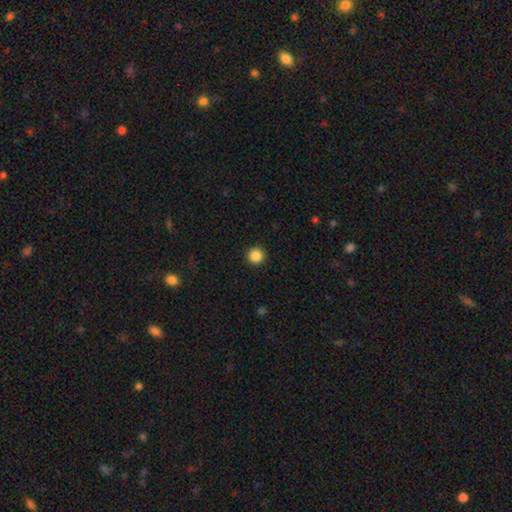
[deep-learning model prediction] smooth-or-featured: smooth: 86% | star or artifact: 11% | featured or disk: 3%
  how-rounded: round: 96% | in between: 3% | cigar-shaped: 1%
  merging: none: 93% | minor disturbance: 5% | major disturbance: 2% | merger: 1%